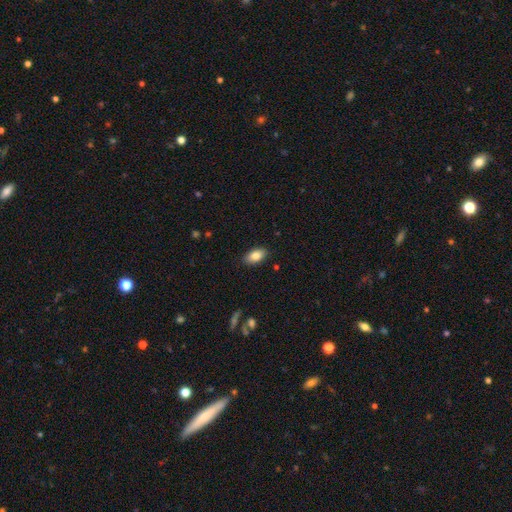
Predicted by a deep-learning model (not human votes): The model was most divided on "smooth or featured": smooth: 84%, featured or disk: 9%, star or artifact: 7%. More confident: how rounded — in between (92%); merging — none (87%).